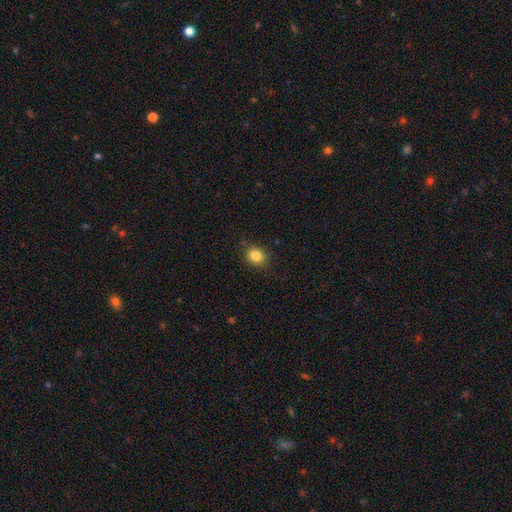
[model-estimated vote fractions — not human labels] Q: Smooth or featured?
A: smooth (84%); runner-up: star or artifact (11%)
Q: How rounded?
A: round (63%); runner-up: in between (36%)
Q: Merging?
A: none (84%); runner-up: minor disturbance (12%)